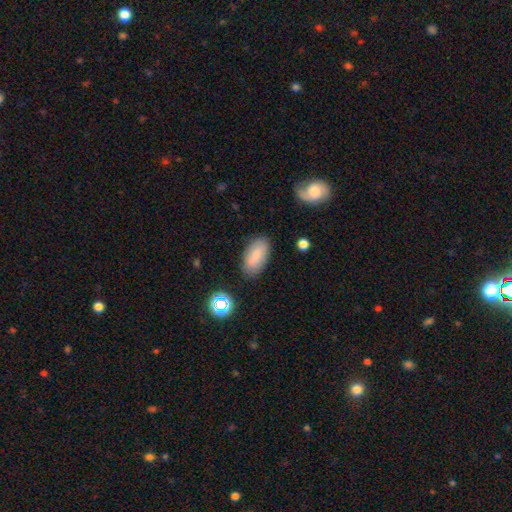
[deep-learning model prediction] smooth-or-featured: smooth: 82% | featured or disk: 10% | star or artifact: 8%
  how-rounded: in between: 91% | cigar-shaped: 6% | round: 3%
  merging: none: 82% | minor disturbance: 13% | major disturbance: 3% | merger: 2%